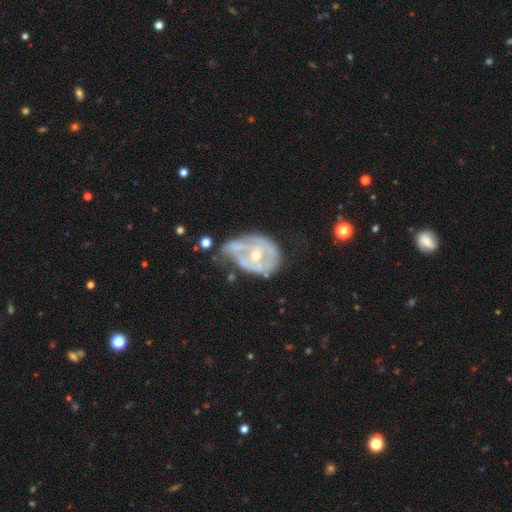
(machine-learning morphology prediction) smooth-or-featured: featured or disk: 71% | smooth: 22% | star or artifact: 7%
  disk-edge-on: no: 96% | yes: 4%
    bar: no: 68% | weak: 24% | strong: 7%
    has-spiral-arms: yes: 54% | no: 46%
    bulge-size: small: 54% | moderate: 42% | large: 2% | none: 1% | dominant: 1%
  merging: major disturbance: 32% | minor disturbance: 31% | none: 22% | merger: 15%